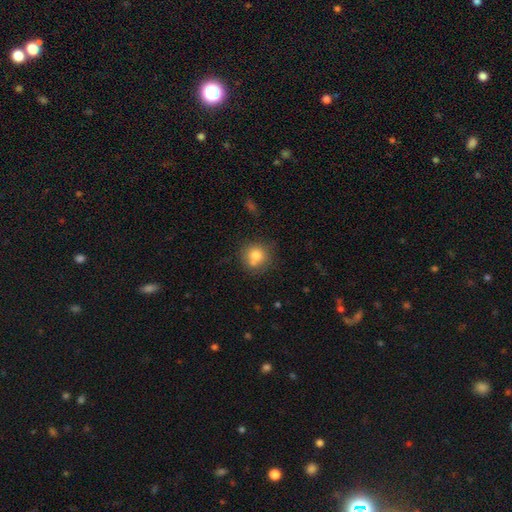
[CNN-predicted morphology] smooth-or-featured: smooth: 76% | featured or disk: 13% | star or artifact: 10%
  how-rounded: round: 88% | in between: 11% | cigar-shaped: 1%
  merging: none: 61% | merger: 20% | minor disturbance: 15% | major disturbance: 4%